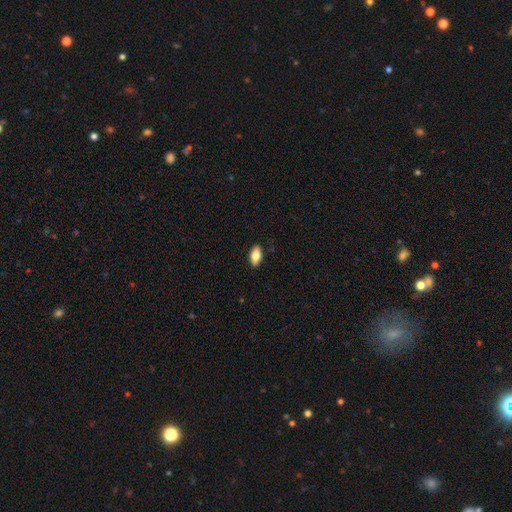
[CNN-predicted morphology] Smooth or featured? smooth (79%)
How rounded? in between (91%)
Merging? none (88%)